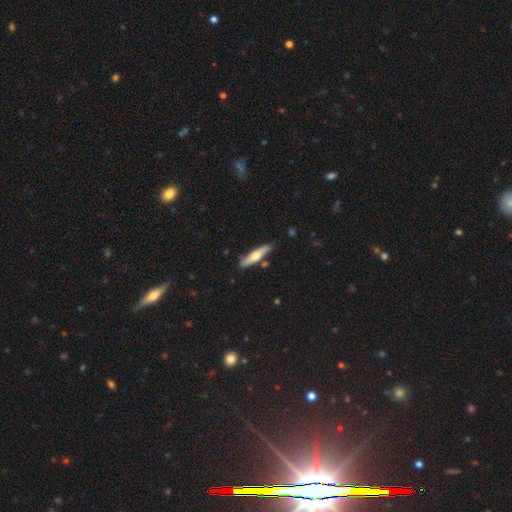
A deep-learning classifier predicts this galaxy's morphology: Smooth or featured?
  - featured or disk: 52% *
  - smooth: 43%
  - star or artifact: 5%
Edge-on disk?
  - yes: 90% *
  - no: 10%
Merging?
  - none: 81% *
  - minor disturbance: 12%
  - merger: 4%
  - major disturbance: 2%